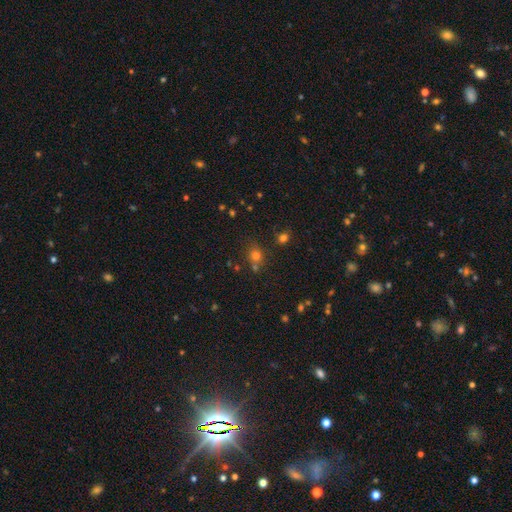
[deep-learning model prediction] The model was most divided on "smooth or featured": smooth: 68%, star or artifact: 24%, featured or disk: 8%. More confident: how rounded — round (76%); merging — none (64%).